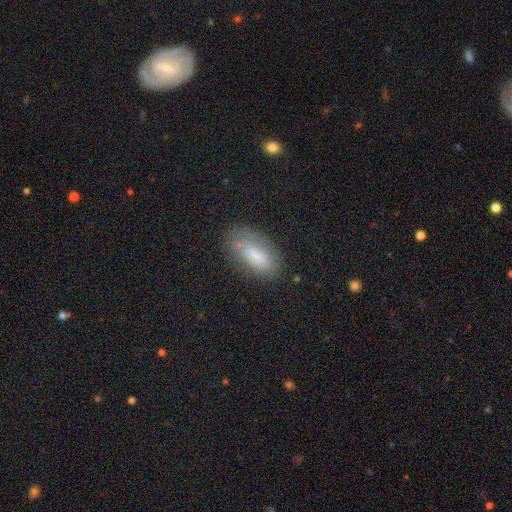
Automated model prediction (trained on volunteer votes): smooth 70%, featured or disk 21%, star or artifact 9%. Down the decision tree: how rounded — in between (86%); merging — none (71%).